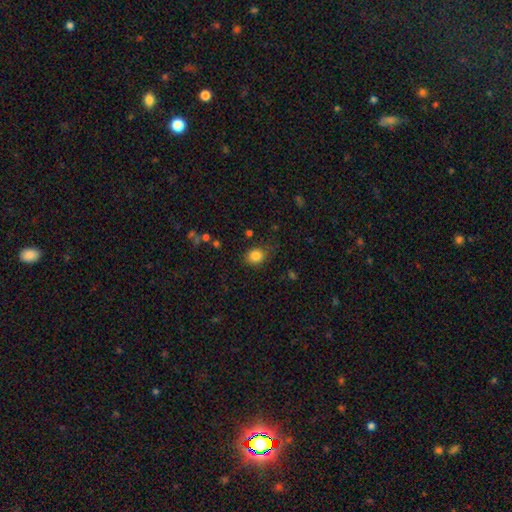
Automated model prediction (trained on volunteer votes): Q: Smooth or featured?
A: smooth (84%); runner-up: star or artifact (11%)
Q: How rounded?
A: round (63%); runner-up: in between (36%)
Q: Merging?
A: none (77%); runner-up: minor disturbance (17%)